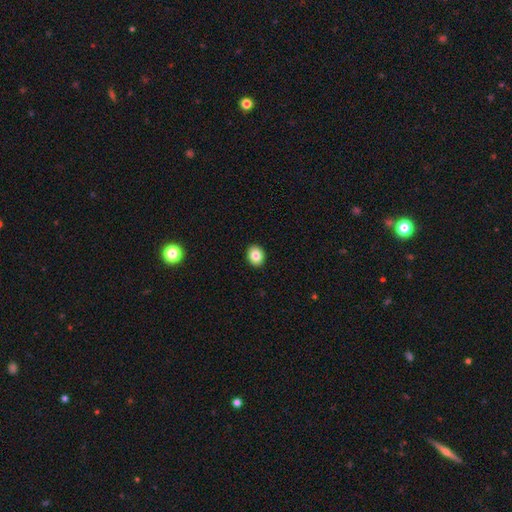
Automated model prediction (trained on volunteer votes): A smooth galaxy with no disk features (84%) that is in between round and cigar-shaped (50%).

Vote fractions:
- Smooth or featured? smooth: 84% / star or artifact: 9% / featured or disk: 7%
- How rounded? in between: 50% / round: 49% / cigar-shaped: 1%
- Merging? none: 92% / minor disturbance: 6% / major disturbance: 1% / merger: 1%